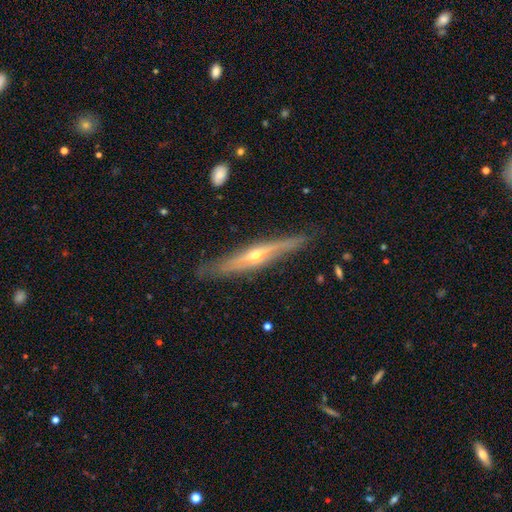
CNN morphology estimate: Smooth or featured? featured or disk (75%)
Edge-on disk? yes (93%)
Edge-on bulge? rounded (84%)
Merging? none (82%)